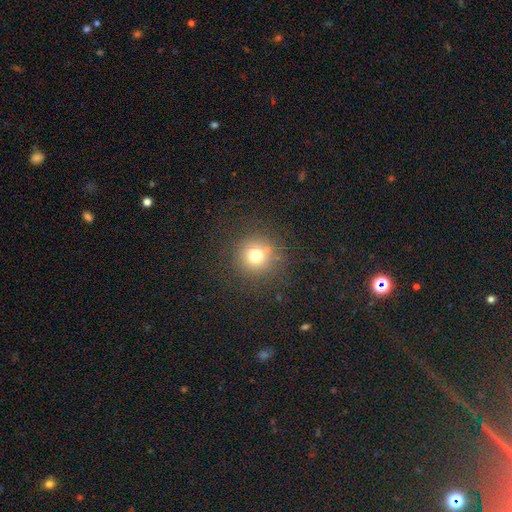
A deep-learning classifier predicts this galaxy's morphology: Smooth or featured? Predicted: smooth (p=0.73). How rounded? Predicted: round (p=0.94). Merging? Predicted: none (p=0.83).